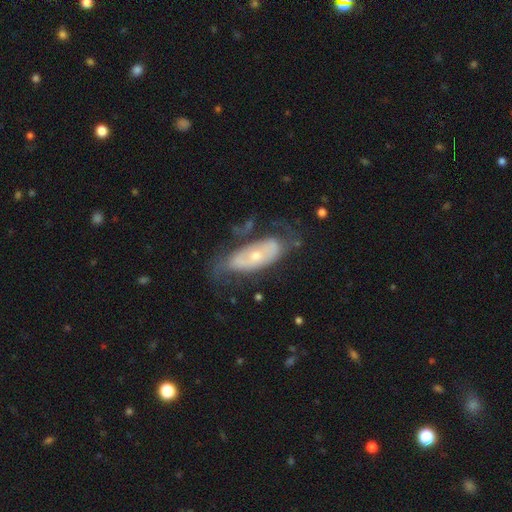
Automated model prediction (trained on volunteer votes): Overall: featured or disk (62%; smooth 31%). Edge-on disk: no (85%). Bar: no (81%). Spiral arms: no (53%; yes 47%). Bulge size: small (56%; moderate 40%). Merging: none (54%; minor disturbance 24%).